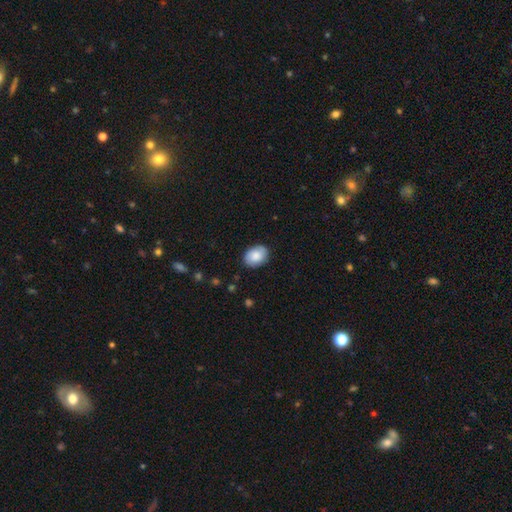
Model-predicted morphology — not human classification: Smooth or featured? Predicted: smooth (p=0.81). How rounded? Predicted: in between (p=0.73). Merging? Predicted: none (p=0.85).